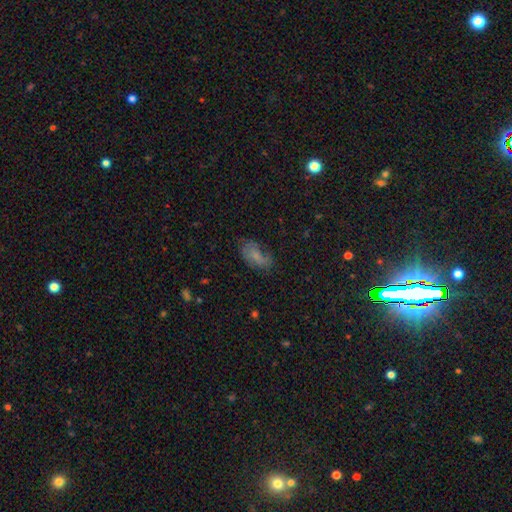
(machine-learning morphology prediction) smooth_or_featured: smooth (p=0.66) [alt: featured or disk p=0.22]
how_rounded: in between (p=0.91) [alt: round p=0.05]
merging: none (p=0.53) [alt: minor disturbance p=0.29]